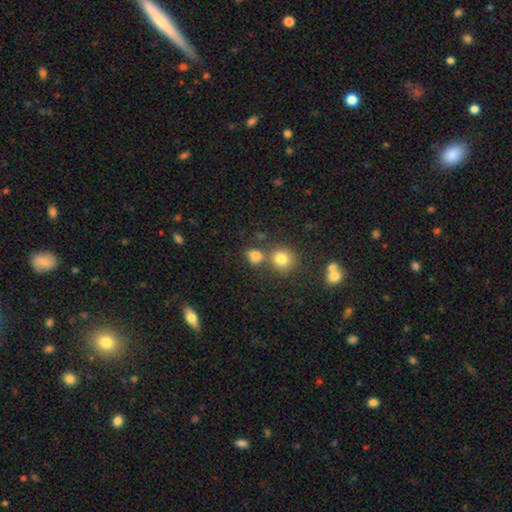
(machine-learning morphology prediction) smooth-or-featured: smooth: 78% | star or artifact: 15% | featured or disk: 8%
  how-rounded: round: 59% | in between: 40% | cigar-shaped: 2%
  merging: none: 57% | merger: 25% | minor disturbance: 13% | major disturbance: 6%